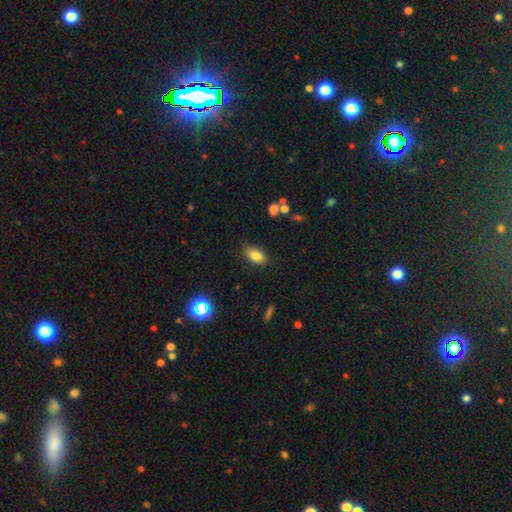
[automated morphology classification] This is clearly a smooth galaxy (81%). How rounded: clearly in between (89%). Merging: clearly none (82%).